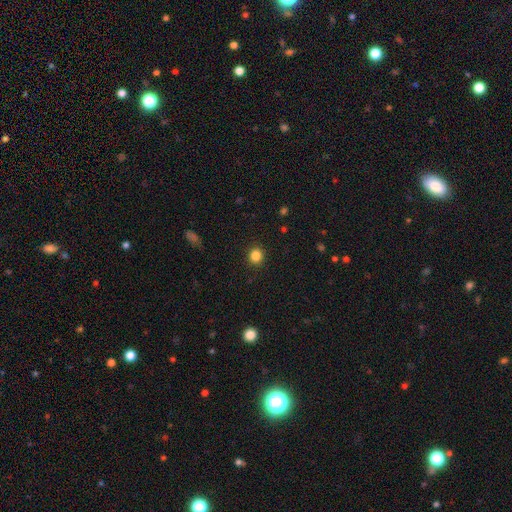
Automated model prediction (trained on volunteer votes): Q: Smooth or featured?
A: smooth (84%); runner-up: star or artifact (12%)
Q: How rounded?
A: round (89%); runner-up: in between (10%)
Q: Merging?
A: none (92%); runner-up: minor disturbance (5%)